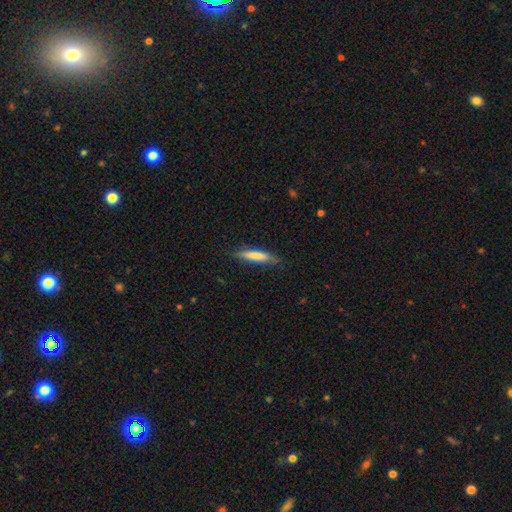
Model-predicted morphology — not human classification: A smooth galaxy with no disk features (79%) that is cigar-shaped (83%).

Vote fractions:
- Smooth or featured? smooth: 79% / featured or disk: 15% / star or artifact: 6%
- How rounded? cigar-shaped: 83% / in between: 16% / round: 1%
- Merging? none: 81% / minor disturbance: 15% / major disturbance: 3% / merger: 1%